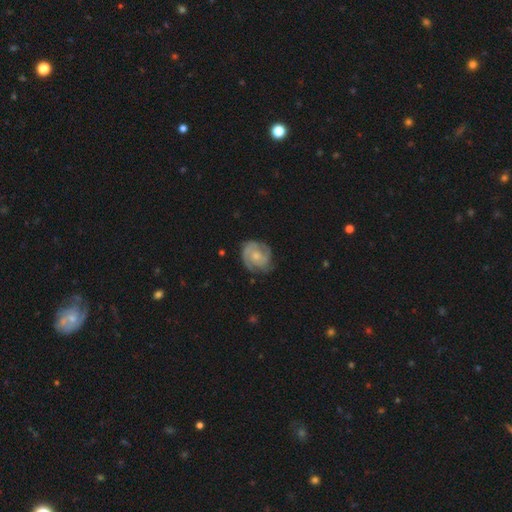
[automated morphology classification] Smooth or featured? Predicted: featured or disk (p=0.75). Edge-on disk? Predicted: no (p=0.98). Bar? Predicted: no (p=0.74). Spiral arms? Predicted: yes (p=0.93). Spiral winding? Predicted: tight (p=0.58). Spiral arm count? Predicted: 2 (p=0.34). Bulge size? Predicted: small (p=0.46). Merging? Predicted: none (p=0.69).